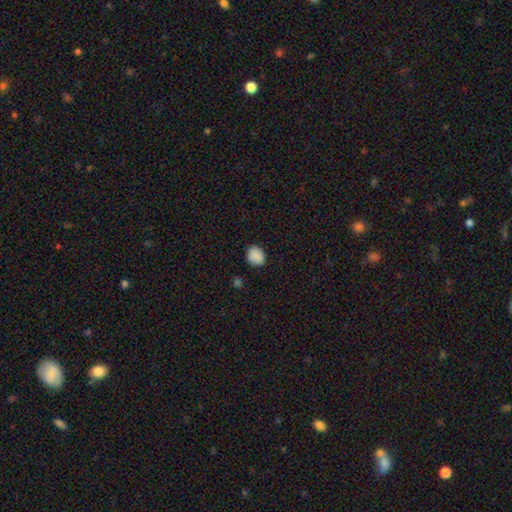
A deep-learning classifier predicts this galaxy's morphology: This is clearly a smooth galaxy (88%). How rounded: likely round (65%). Merging: clearly none (85%).